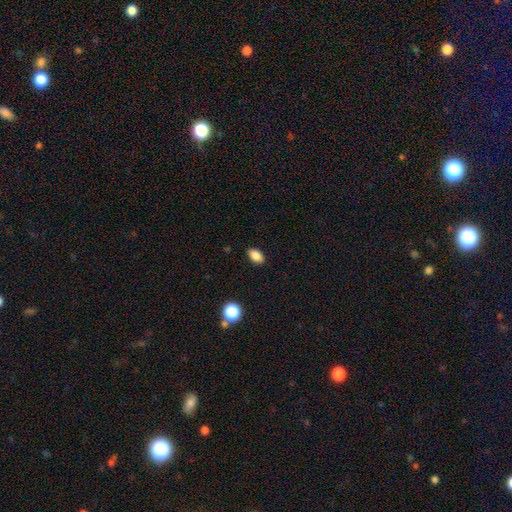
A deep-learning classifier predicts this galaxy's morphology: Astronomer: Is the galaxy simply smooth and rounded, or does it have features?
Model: smooth — 86%.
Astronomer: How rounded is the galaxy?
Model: in between — 88%.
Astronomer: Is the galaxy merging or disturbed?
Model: none — 88%.